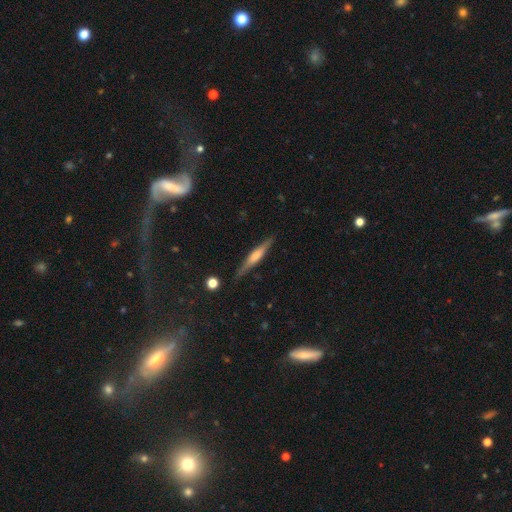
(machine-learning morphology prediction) Smooth or featured? featured or disk (58%)
Edge-on disk? yes (96%)
Edge-on bulge? rounded (51%)
Merging? none (84%)